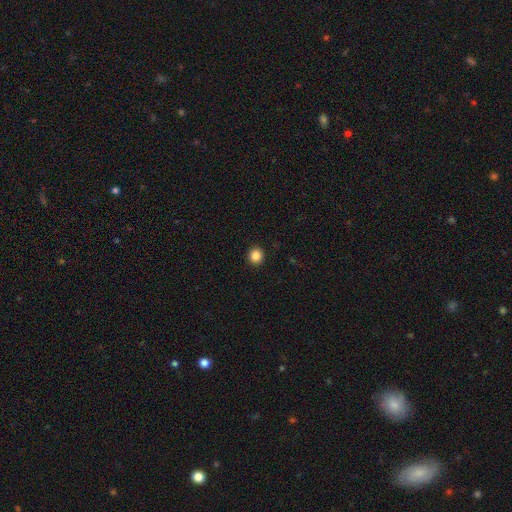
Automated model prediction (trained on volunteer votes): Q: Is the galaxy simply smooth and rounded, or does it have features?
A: smooth — 86%.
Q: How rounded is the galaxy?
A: round — 93%.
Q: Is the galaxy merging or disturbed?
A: none — 93%.